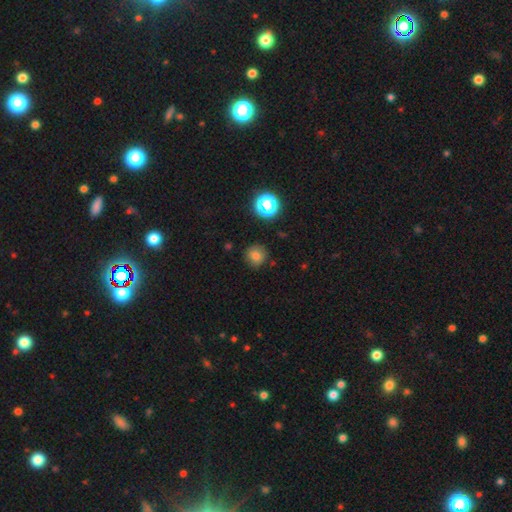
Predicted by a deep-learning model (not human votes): Smooth or featured? Predicted: smooth (p=0.76). How rounded? Predicted: round (p=0.91). Merging? Predicted: none (p=0.85).